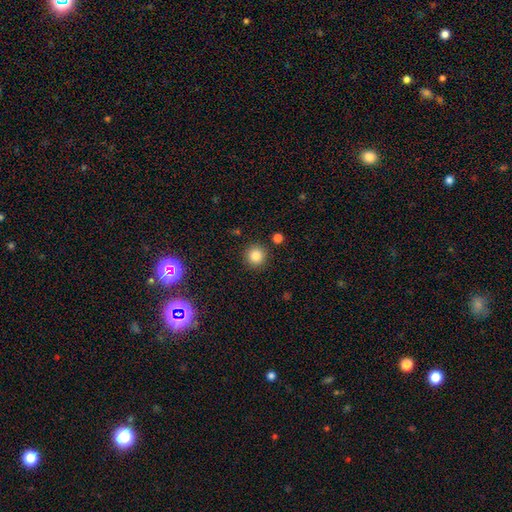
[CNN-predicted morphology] Overall: smooth (82%). How rounded: round (94%). Merging: none (90%).